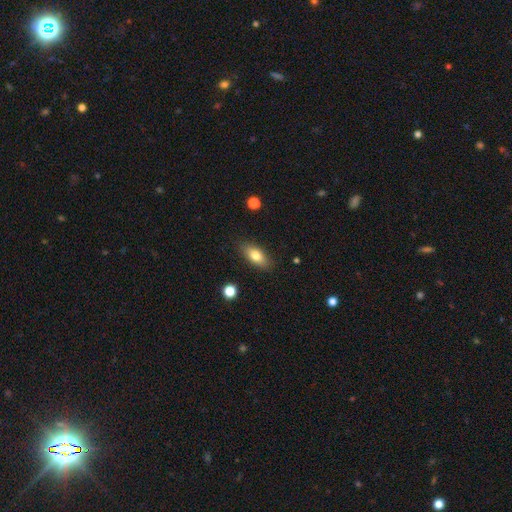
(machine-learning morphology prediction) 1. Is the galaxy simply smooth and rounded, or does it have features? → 76% smooth, 16% featured or disk, 8% star or artifact.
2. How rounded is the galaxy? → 83% in between, 13% cigar-shaped, 4% round.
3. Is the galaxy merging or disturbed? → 85% none, 11% minor disturbance, 3% major disturbance, 1% merger.